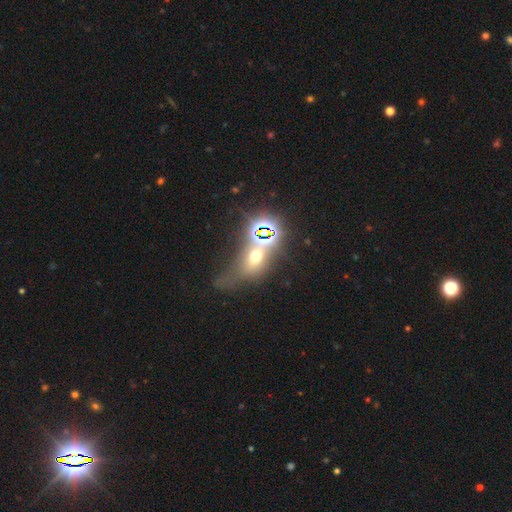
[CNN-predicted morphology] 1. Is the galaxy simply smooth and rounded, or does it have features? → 40% smooth, 39% star or artifact, 21% featured or disk.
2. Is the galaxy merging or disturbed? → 38% none, 26% merger, 20% major disturbance, 16% minor disturbance.